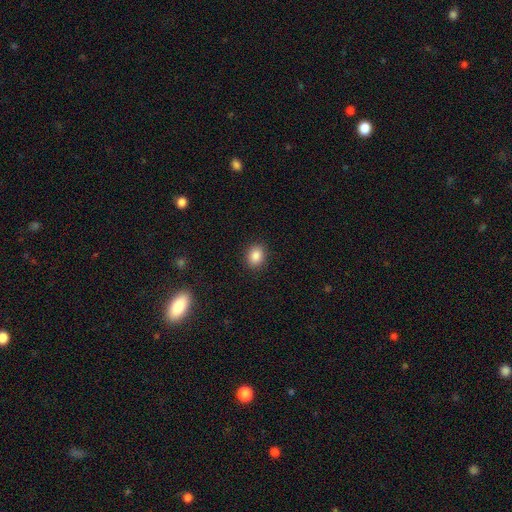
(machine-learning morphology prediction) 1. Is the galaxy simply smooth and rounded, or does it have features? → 87% smooth, 9% star or artifact, 4% featured or disk.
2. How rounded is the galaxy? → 51% round, 48% in between, 1% cigar-shaped.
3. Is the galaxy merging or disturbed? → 90% none, 7% minor disturbance, 2% major disturbance, 1% merger.